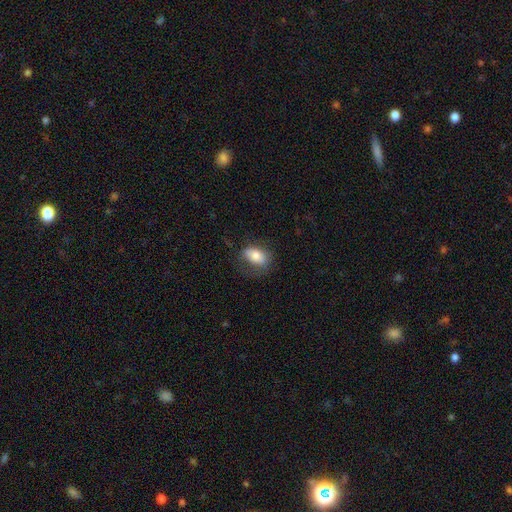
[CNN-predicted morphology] smooth 75%, featured or disk 17%, star or artifact 8%. Down the decision tree: how rounded — in between (87%); merging — none (62%).